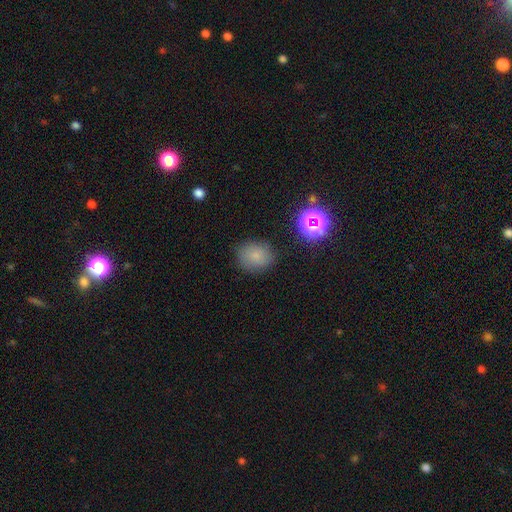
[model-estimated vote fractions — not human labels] The model was most divided on "how rounded": round: 59%, in between: 40%, cigar-shaped: 1%. More confident: merging — none (80%); smooth or featured — smooth (76%).